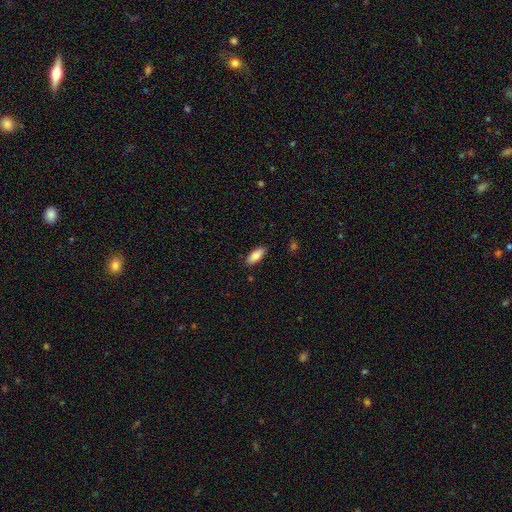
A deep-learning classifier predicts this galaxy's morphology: This is clearly a smooth galaxy (83%). How rounded: likely in between (78%). Merging: clearly none (87%).